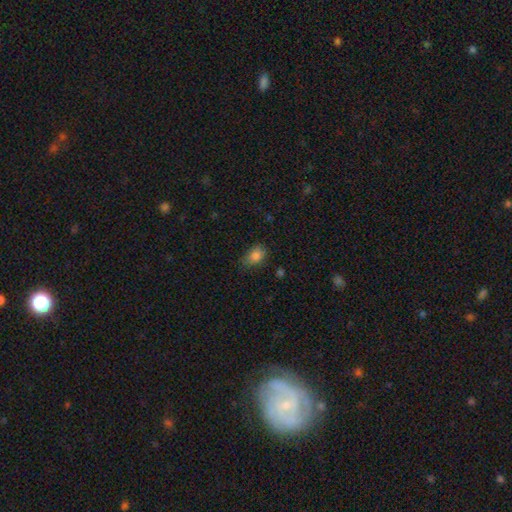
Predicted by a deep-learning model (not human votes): This appears to be a smooth galaxy with no disk features (84%) that is in between round and cigar-shaped (74%). Merging: none (63%).